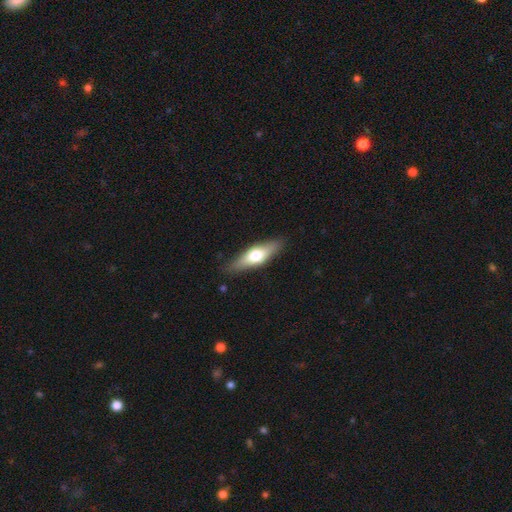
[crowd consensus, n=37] Smooth or featured? 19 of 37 (51%) said featured or disk. Edge-on disk? 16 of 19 (84%) said yes. Edge-on bulge? 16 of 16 (100%) said rounded. Merging? 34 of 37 (92%) said none.